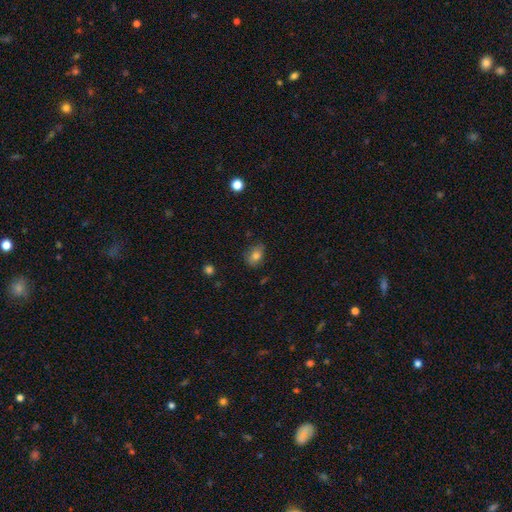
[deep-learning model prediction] Smooth or featured? Predicted: smooth (p=0.78). How rounded? Predicted: in between (p=0.74). Merging? Predicted: none (p=0.70).